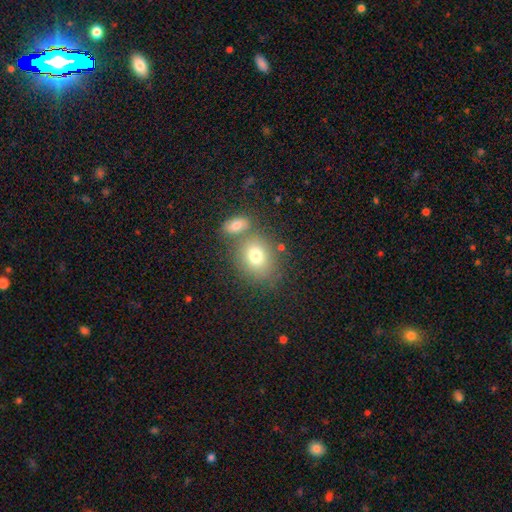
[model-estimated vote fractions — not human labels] This appears to be a smooth galaxy with no disk features (76%) that is round (57%). Merging: none (59%).